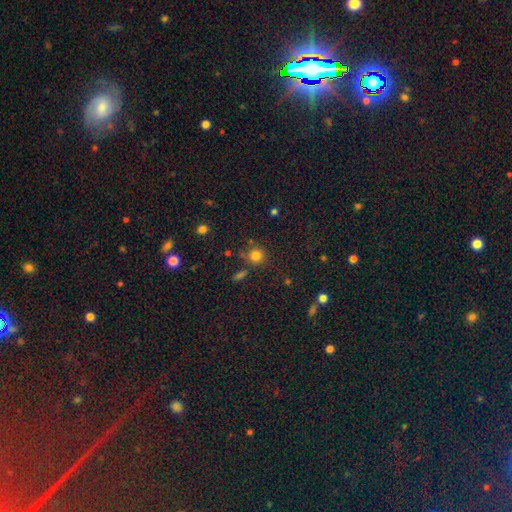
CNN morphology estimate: A smooth galaxy with no disk features (78%) that is round (89%).

Vote fractions:
- Smooth or featured? smooth: 78% / star or artifact: 16% / featured or disk: 6%
- How rounded? round: 89% / in between: 10% / cigar-shaped: 1%
- Merging? none: 73% / minor disturbance: 12% / merger: 10% / major disturbance: 5%